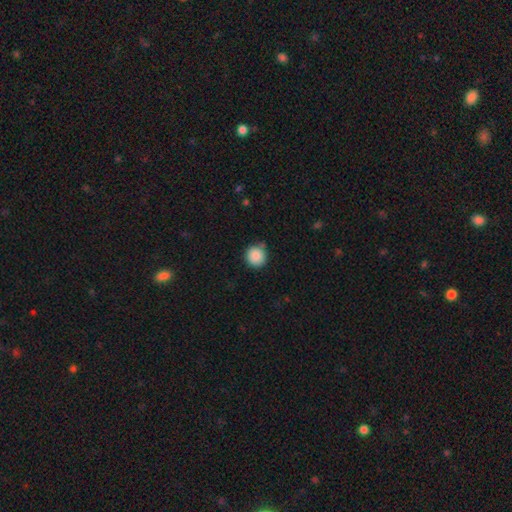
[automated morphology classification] smooth-or-featured: smooth: 88% | star or artifact: 9% | featured or disk: 3%
  how-rounded: round: 93% | in between: 6% | cigar-shaped: 1%
  merging: none: 83% | minor disturbance: 11% | merger: 3% | major disturbance: 3%